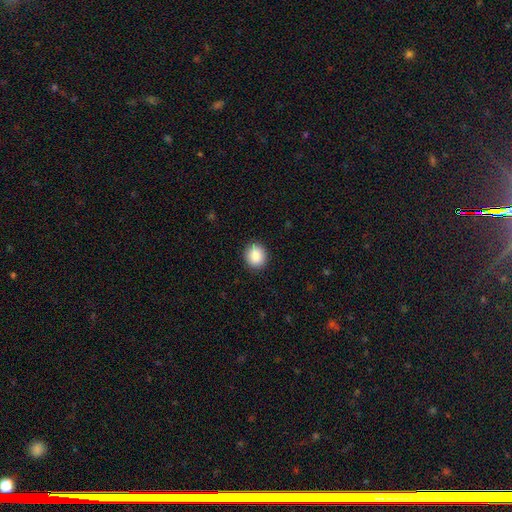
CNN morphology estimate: Smooth or featured: smooth — 87% (star or artifact — 8%)
How rounded: round — 78% (in between — 21%)
Merging: none — 90% (minor disturbance — 7%)